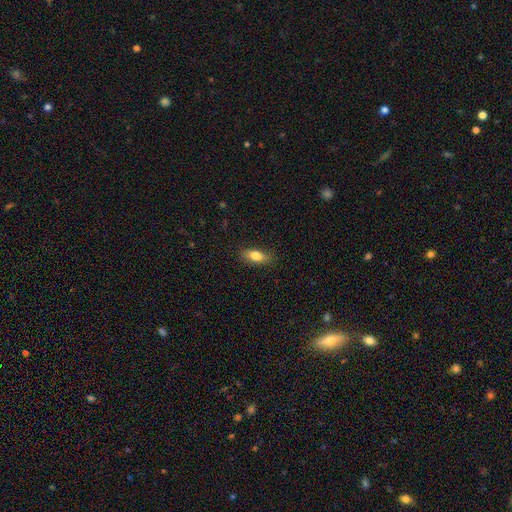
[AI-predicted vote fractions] Q: Smooth or featured?
A: smooth (81%); runner-up: featured or disk (12%)
Q: How rounded?
A: in between (80%); runner-up: cigar-shaped (15%)
Q: Merging?
A: none (81%); runner-up: minor disturbance (15%)